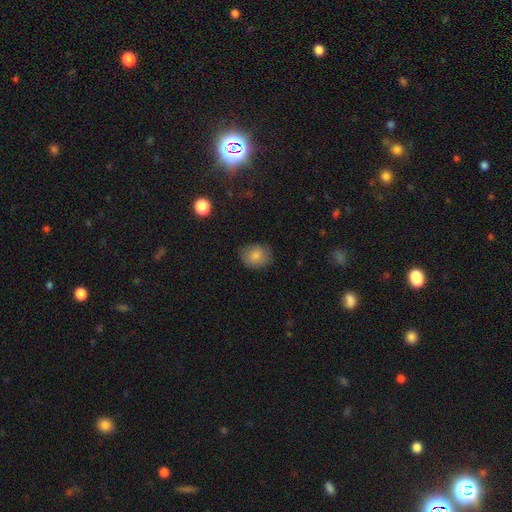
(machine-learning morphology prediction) A smooth galaxy with no disk features (83%) that is round (58%).

Vote fractions:
- Smooth or featured? smooth: 83% / star or artifact: 9% / featured or disk: 9%
- How rounded? round: 58% / in between: 41% / cigar-shaped: 1%
- Merging? none: 79% / minor disturbance: 16% / major disturbance: 4% / merger: 1%